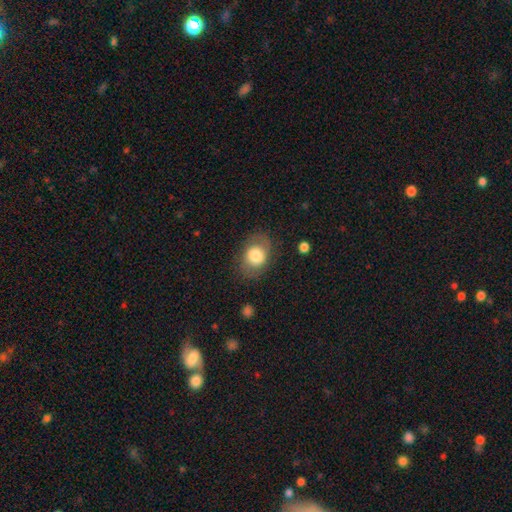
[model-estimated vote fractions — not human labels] Morphology: type=smooth (70%); roundness=in between (61%); merging=none (74%).